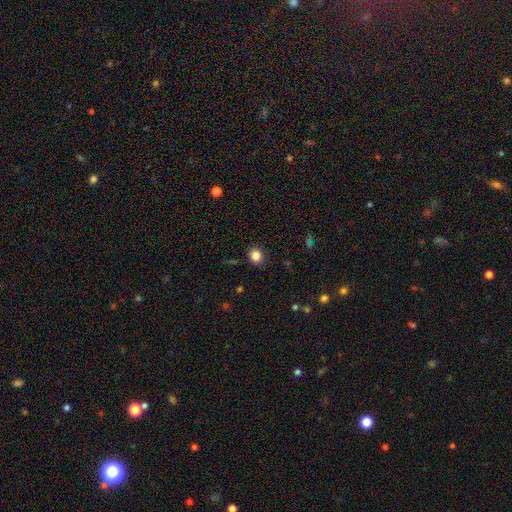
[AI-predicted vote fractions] Overall: smooth (85%). How rounded: round (72%). Merging: none (88%).